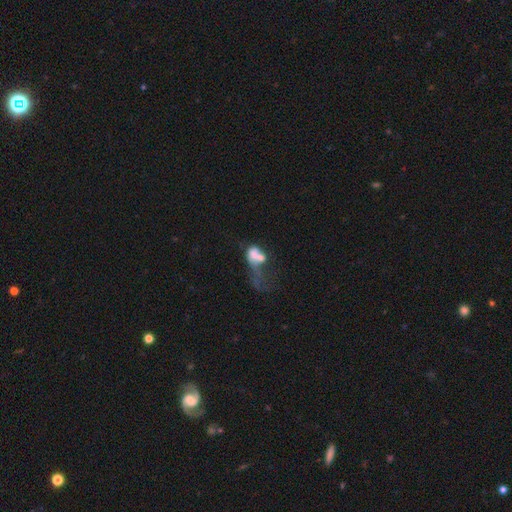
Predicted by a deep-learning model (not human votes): smooth_or_featured: smooth (p=0.50) [alt: featured or disk p=0.38]
merging: merger (p=0.43) [alt: major disturbance p=0.39]